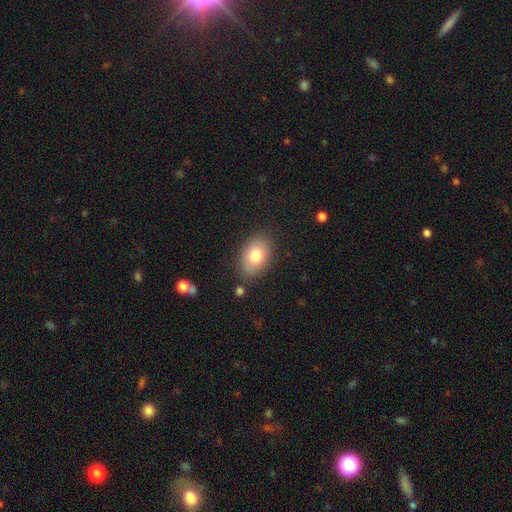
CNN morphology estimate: type=smooth (77%); roundness=in between (85%); merging=none (80%).